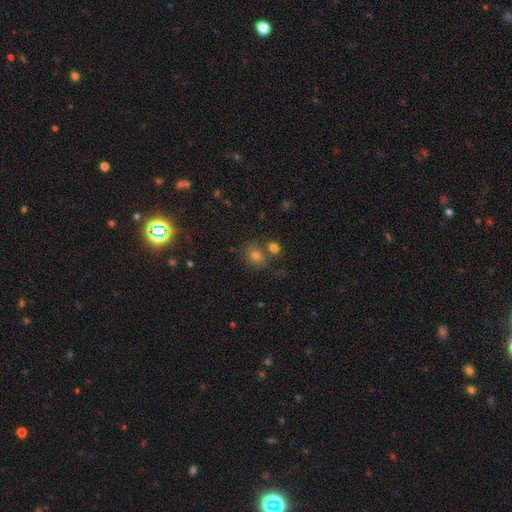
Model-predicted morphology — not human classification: smooth_or_featured: smooth (p=0.74) [alt: star or artifact p=0.15]
how_rounded: round (p=0.71) [alt: in between p=0.28]
merging: none (p=0.63) [alt: merger p=0.21]